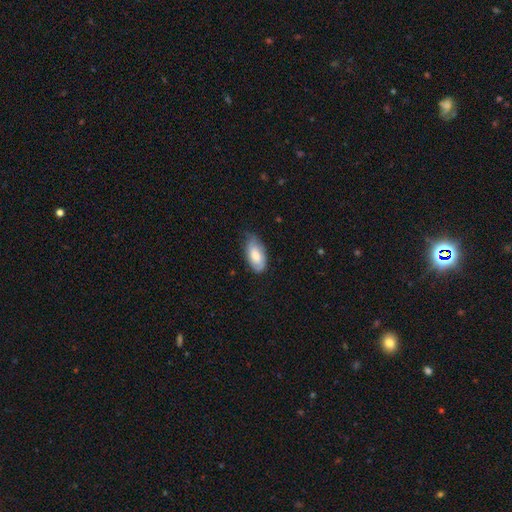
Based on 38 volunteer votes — A smooth galaxy with no disk features (63%) that is in between round and cigar-shaped (92%). Merging: none (60%).